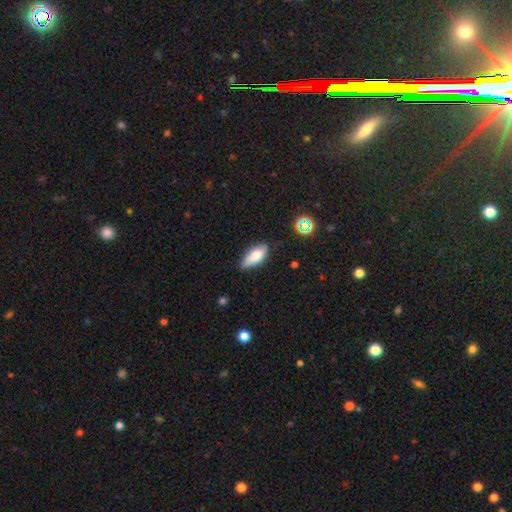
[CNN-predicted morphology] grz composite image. It shows a smooth galaxy with no disk features (74%) that is in between round and cigar-shaped (81%). Merging: none (71%).